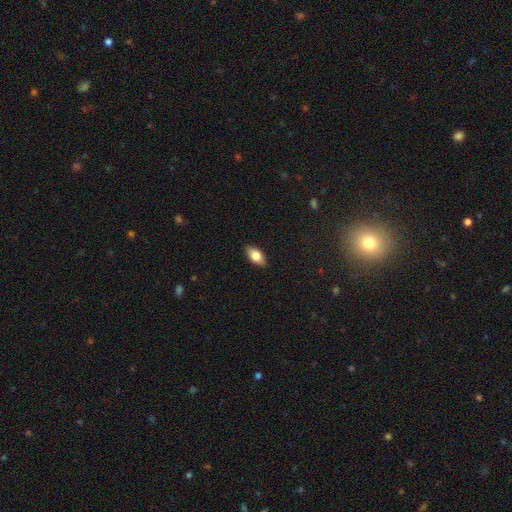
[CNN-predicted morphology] This is clearly a smooth galaxy (80%). How rounded: clearly in between (91%). Merging: clearly none (88%).